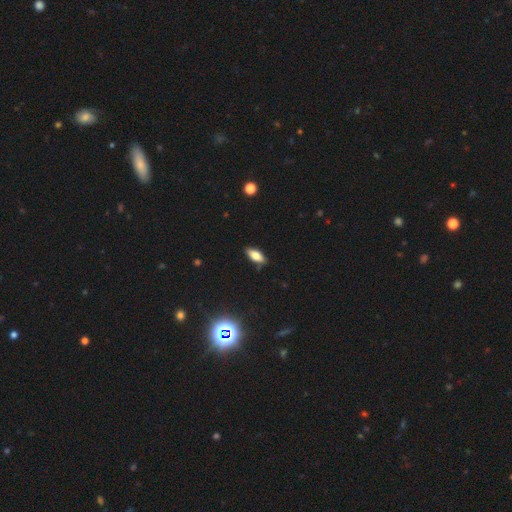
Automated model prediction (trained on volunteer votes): Smooth or featured?
  - smooth: 74% *
  - featured or disk: 17%
  - star or artifact: 9%
How rounded?
  - in between: 81% *
  - cigar-shaped: 16%
  - round: 3%
Merging?
  - none: 85% *
  - minor disturbance: 11%
  - major disturbance: 2%
  - merger: 1%